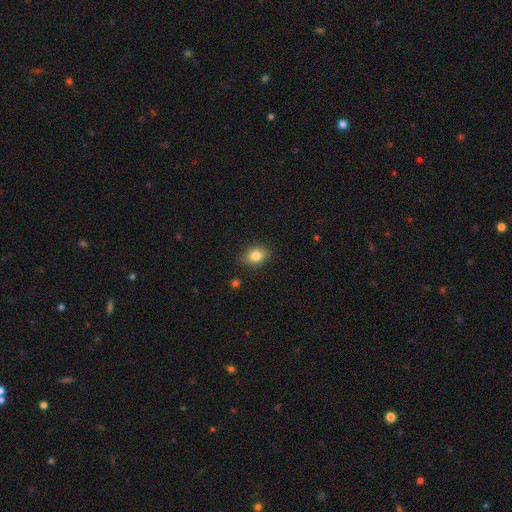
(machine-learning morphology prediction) Smooth or featured?
  - smooth: 83% *
  - star or artifact: 10%
  - featured or disk: 7%
How rounded?
  - in between: 59% *
  - round: 39%
  - cigar-shaped: 1%
Merging?
  - none: 83% *
  - minor disturbance: 13%
  - major disturbance: 2%
  - merger: 1%